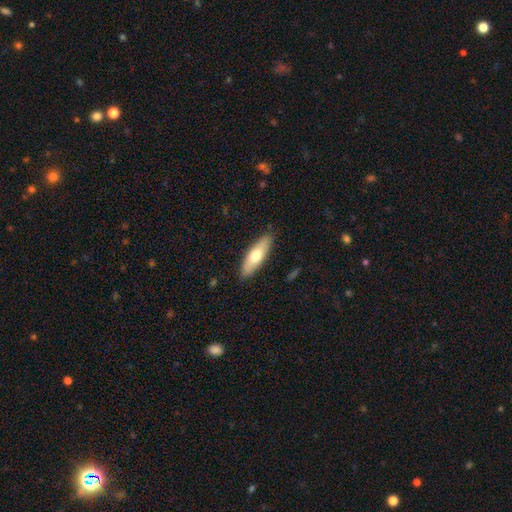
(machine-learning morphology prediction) Smooth or featured?
  - smooth: 65% *
  - featured or disk: 30%
  - star or artifact: 5%
How rounded?
  - in between: 53% *
  - cigar-shaped: 45%
  - round: 2%
Merging?
  - none: 88% *
  - minor disturbance: 9%
  - major disturbance: 2%
  - merger: 1%